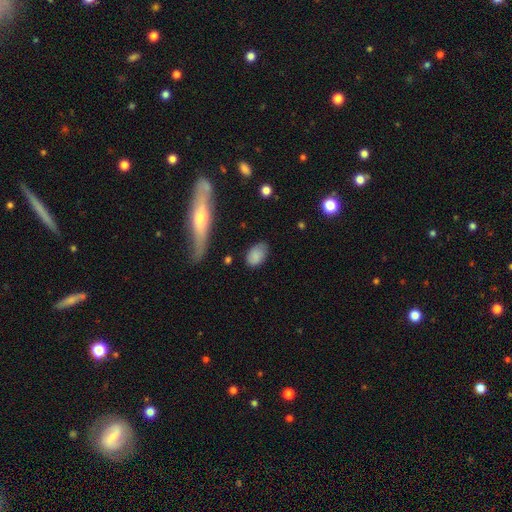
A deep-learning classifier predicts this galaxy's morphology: Overall: smooth (81%). How rounded: in between (87%). Merging: none (73%).